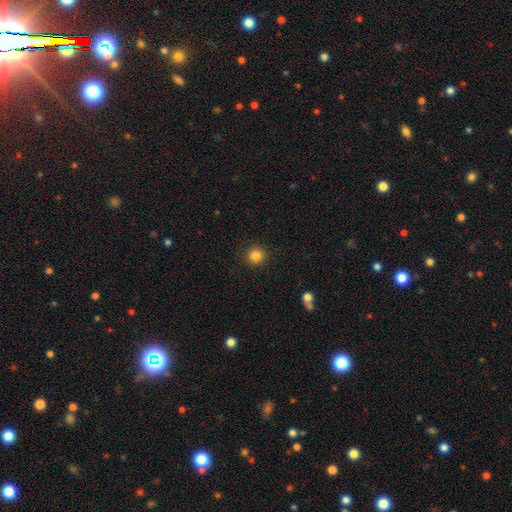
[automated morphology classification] Overall: smooth (85%). How rounded: round (92%). Merging: none (90%).